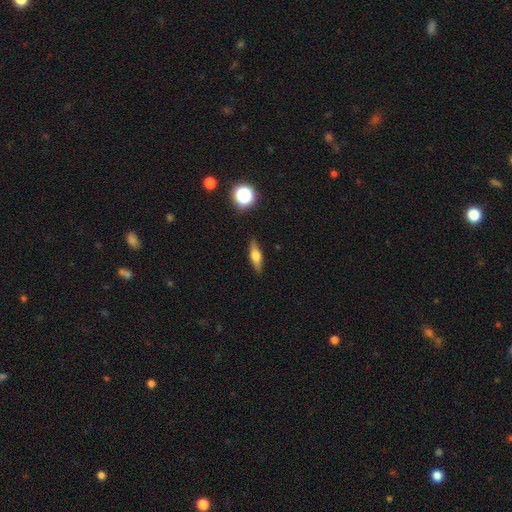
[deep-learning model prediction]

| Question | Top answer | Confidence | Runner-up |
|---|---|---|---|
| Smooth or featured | smooth | 51% | featured or disk (40%) |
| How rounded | cigar-shaped | 50% | in between (44%) |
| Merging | none | 87% | minor disturbance (9%) |